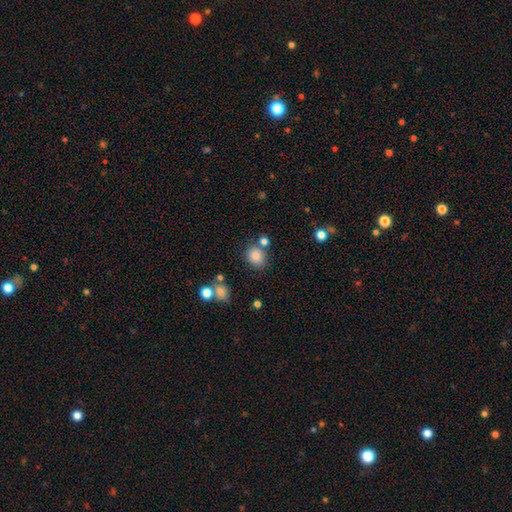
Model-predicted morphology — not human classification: smooth_or_featured: smooth (p=0.83) [alt: star or artifact p=0.11]
how_rounded: round (p=0.69) [alt: in between p=0.30]
merging: none (p=0.69) [alt: merger p=0.13]